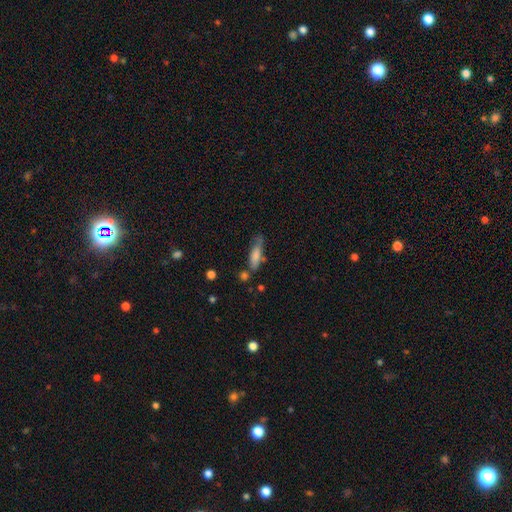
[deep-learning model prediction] Q: Smooth or featured?
A: smooth (74%); runner-up: featured or disk (18%)
Q: How rounded?
A: cigar-shaped (57%); runner-up: in between (41%)
Q: Merging?
A: none (54%); runner-up: minor disturbance (26%)